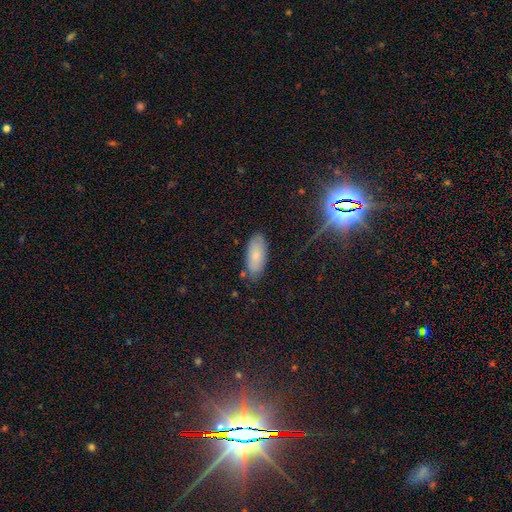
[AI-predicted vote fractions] A smooth galaxy with no disk features (78%) that is in between round and cigar-shaped (84%).

Vote fractions:
- Smooth or featured? smooth: 78% / featured or disk: 13% / star or artifact: 9%
- How rounded? in between: 84% / cigar-shaped: 14% / round: 2%
- Merging? none: 80% / minor disturbance: 15% / major disturbance: 3% / merger: 2%